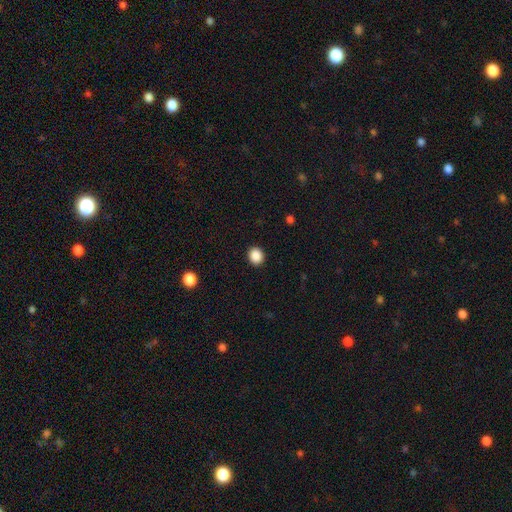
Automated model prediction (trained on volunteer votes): Q: Smooth or featured?
A: smooth (88%); runner-up: star or artifact (9%)
Q: How rounded?
A: round (79%); runner-up: in between (20%)
Q: Merging?
A: none (92%); runner-up: minor disturbance (5%)